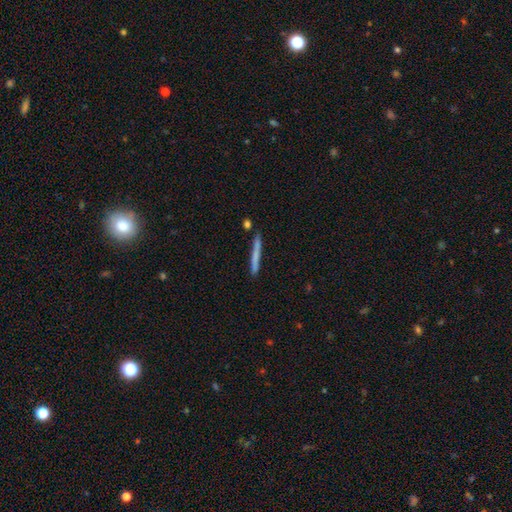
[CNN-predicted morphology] Smooth or featured: smooth — 65% (featured or disk — 29%)
How rounded: cigar-shaped — 97% (in between — 2%)
Merging: none — 85% (minor disturbance — 10%)